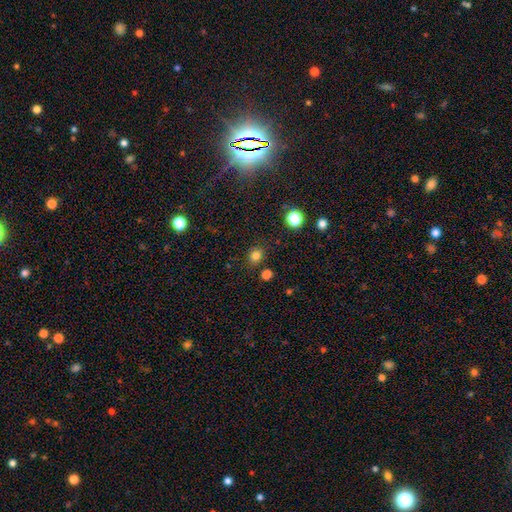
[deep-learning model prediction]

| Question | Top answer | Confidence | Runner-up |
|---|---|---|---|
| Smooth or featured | smooth | 81% | star or artifact (15%) |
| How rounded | round | 73% | in between (26%) |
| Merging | none | 83% | minor disturbance (10%) |